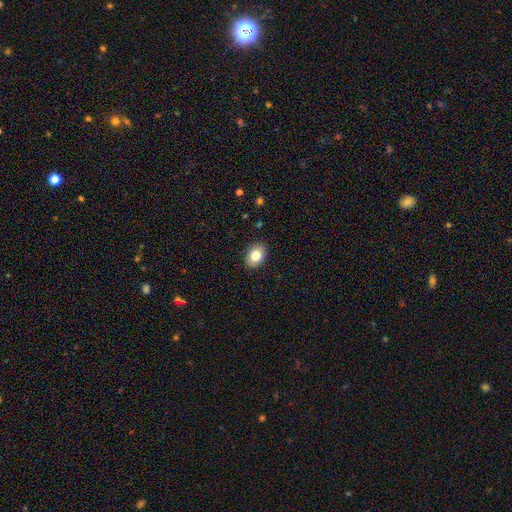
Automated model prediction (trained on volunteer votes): smooth 81%, featured or disk 11%, star or artifact 8%. Down the decision tree: how rounded — in between (76%); merging — none (89%).